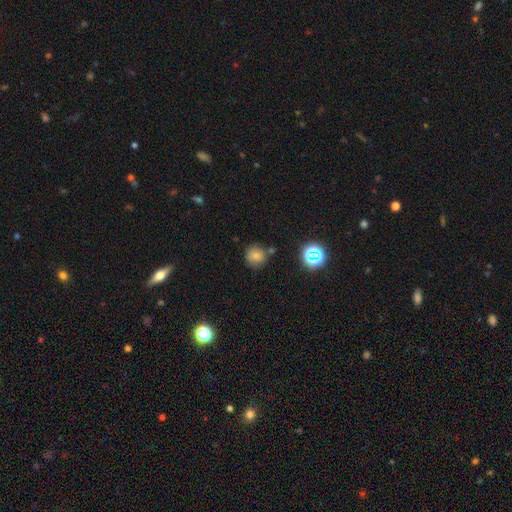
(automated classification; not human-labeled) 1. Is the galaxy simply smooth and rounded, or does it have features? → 72% smooth, 18% star or artifact, 10% featured or disk.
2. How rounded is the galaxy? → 91% round, 8% in between, 1% cigar-shaped.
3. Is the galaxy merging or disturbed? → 75% none, 12% minor disturbance, 10% merger, 3% major disturbance.